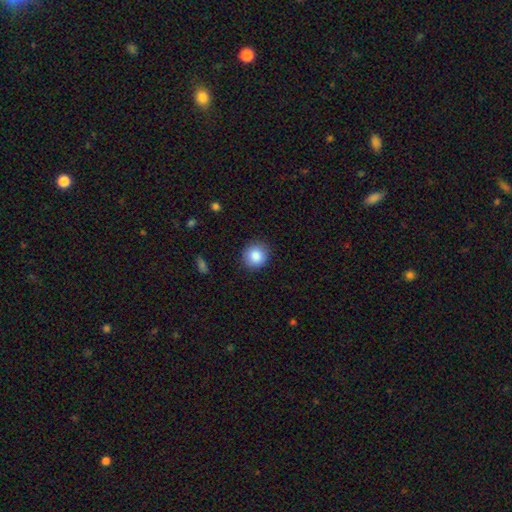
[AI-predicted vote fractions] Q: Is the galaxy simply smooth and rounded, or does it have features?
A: smooth — 86%.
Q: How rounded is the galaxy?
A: round — 89%.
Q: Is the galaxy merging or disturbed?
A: none — 89%.